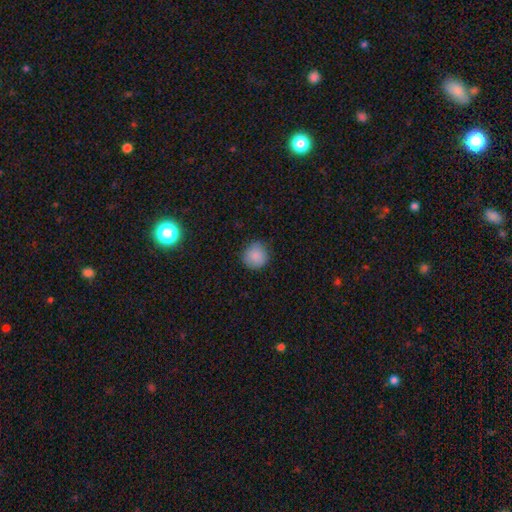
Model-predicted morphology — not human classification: smooth 87%, star or artifact 9%, featured or disk 4%. Down the decision tree: how rounded — round (93%); merging — none (86%).